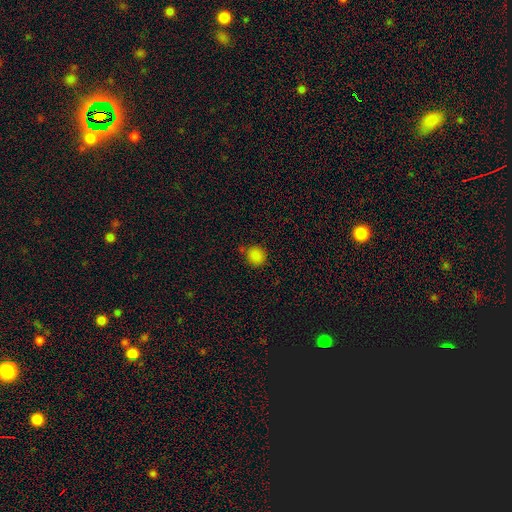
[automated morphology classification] Q: Smooth or featured?
A: smooth (85%); runner-up: star or artifact (12%)
Q: How rounded?
A: round (88%); runner-up: in between (11%)
Q: Merging?
A: none (74%); runner-up: minor disturbance (13%)